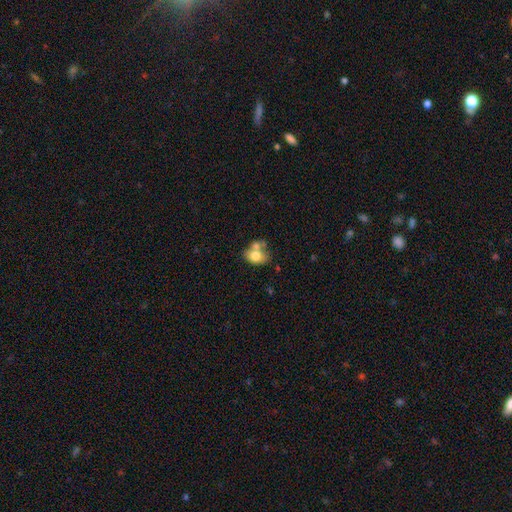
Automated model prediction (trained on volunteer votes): Q: Smooth or featured?
A: smooth (72%); runner-up: featured or disk (19%)
Q: How rounded?
A: in between (68%); runner-up: round (31%)
Q: Merging?
A: merger (41%); runner-up: none (38%)